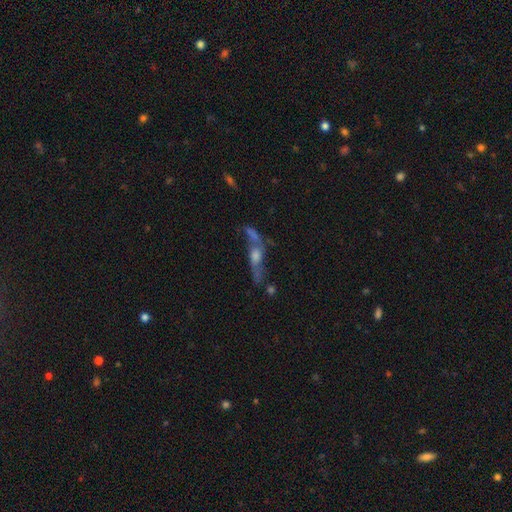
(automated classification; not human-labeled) smooth-or-featured: featured or disk: 58% | smooth: 28% | star or artifact: 15%
  disk-edge-on: yes: 56% | no: 44%
  merging: none: 40% | merger: 25% | major disturbance: 19% | minor disturbance: 17%